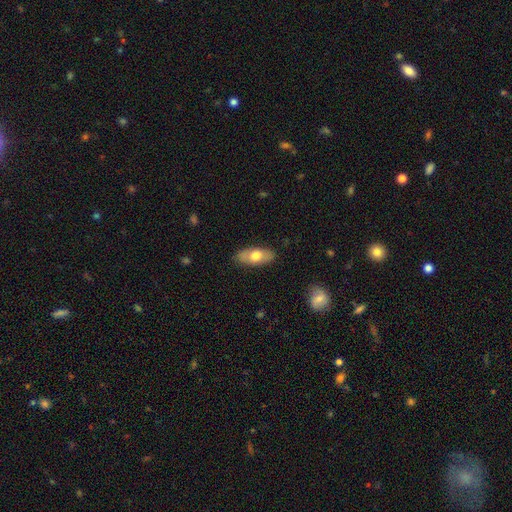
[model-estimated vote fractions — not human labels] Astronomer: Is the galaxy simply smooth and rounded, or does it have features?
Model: smooth — 64%.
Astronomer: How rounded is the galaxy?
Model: in between — 86%.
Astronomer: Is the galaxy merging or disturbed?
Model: none — 85%.